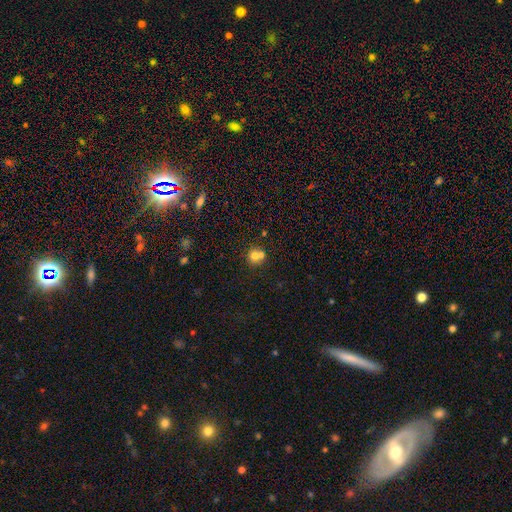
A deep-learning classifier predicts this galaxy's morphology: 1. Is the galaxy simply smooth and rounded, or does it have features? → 72% smooth, 15% featured or disk, 13% star or artifact.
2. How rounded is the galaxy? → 88% round, 11% in between, 1% cigar-shaped.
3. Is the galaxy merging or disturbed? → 47% none, 43% merger, 7% minor disturbance, 3% major disturbance.